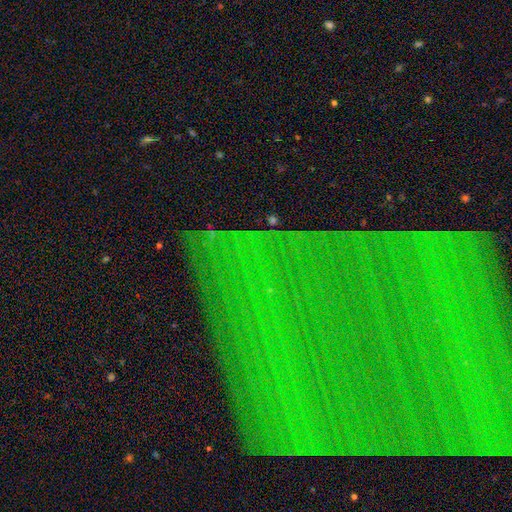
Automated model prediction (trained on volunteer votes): This is clearly a star or artifact rather than a galaxy (83%).